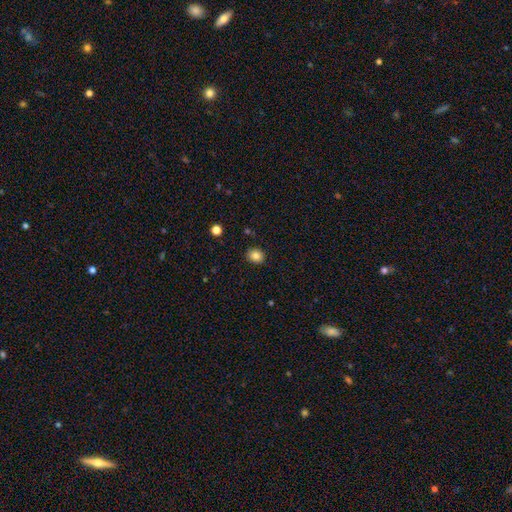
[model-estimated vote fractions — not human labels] Smooth or featured? smooth (84%)
How rounded? round (68%)
Merging? none (89%)